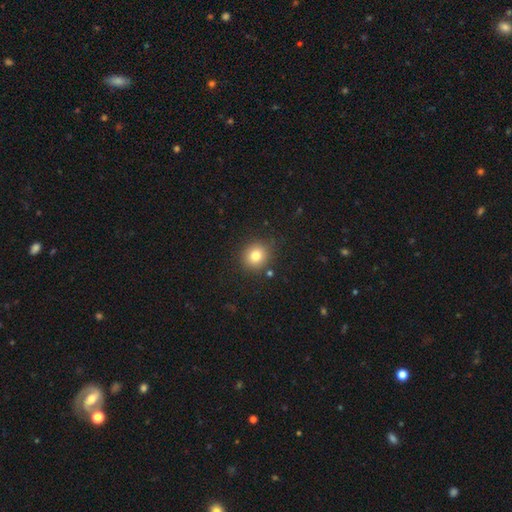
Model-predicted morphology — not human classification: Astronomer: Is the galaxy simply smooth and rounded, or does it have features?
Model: smooth — 80%.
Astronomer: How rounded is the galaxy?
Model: round — 83%.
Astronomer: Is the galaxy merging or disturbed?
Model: none — 86%.